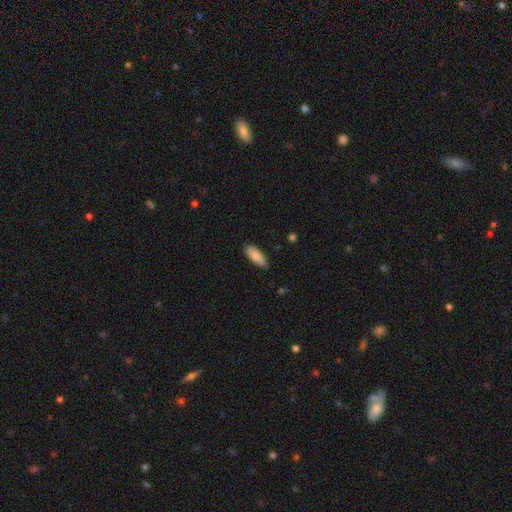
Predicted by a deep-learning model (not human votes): This appears to be a smooth galaxy with no disk features (88%) that is in between round and cigar-shaped (74%). Merging: none (87%).